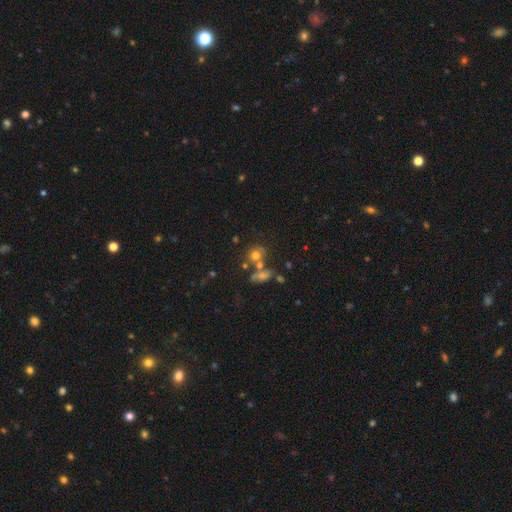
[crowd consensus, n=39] Overall: smooth (67%). How rounded: round (85%). Merging: none (53%; minor disturbance 26%).